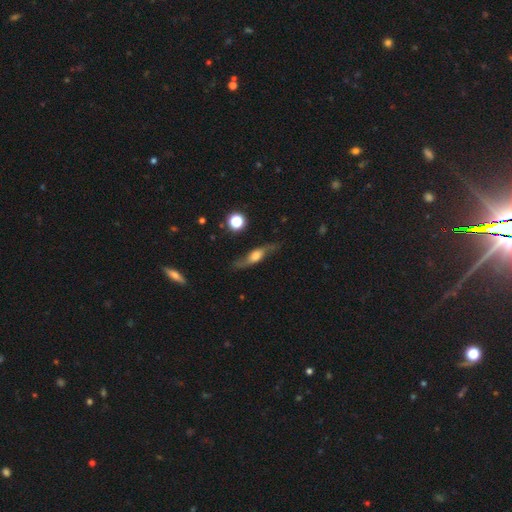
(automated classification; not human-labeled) A featured or disk galaxy (65%) viewed edge-on (56%).

Vote fractions:
- Smooth or featured? featured or disk: 65% / smooth: 26% / star or artifact: 8%
- Edge-on disk? yes: 56% / no: 44%
- Merging? none: 73% / minor disturbance: 18% / major disturbance: 7% / merger: 2%